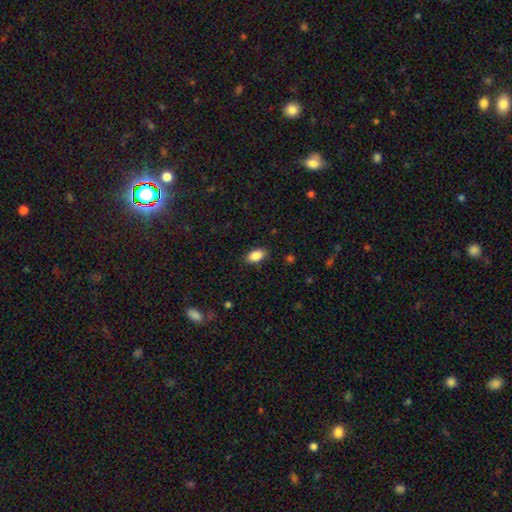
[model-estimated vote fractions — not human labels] The model was most divided on "merging": none: 85%, minor disturbance: 11%, major disturbance: 3%, merger: 1%. More confident: how rounded — in between (92%); smooth or featured — smooth (87%).